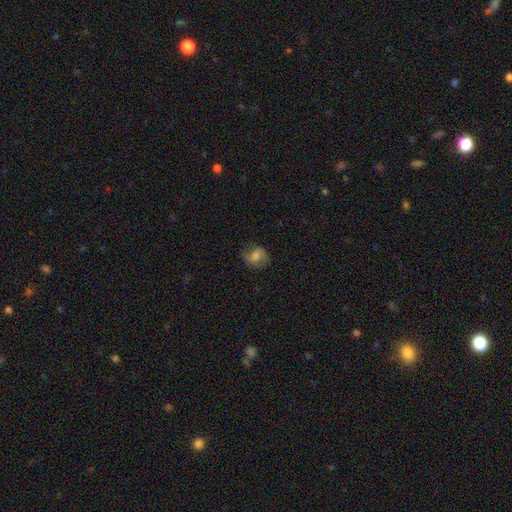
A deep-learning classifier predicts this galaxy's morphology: Smooth or featured? featured or disk (45%, tied with smooth)
Merging? none (72%)